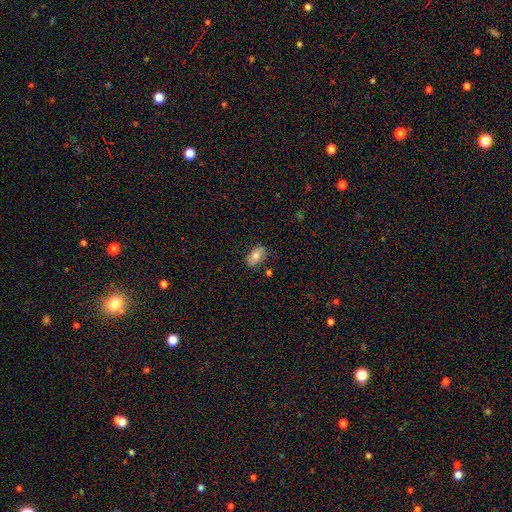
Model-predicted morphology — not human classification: Q: Smooth or featured?
A: smooth (75%); runner-up: featured or disk (17%)
Q: How rounded?
A: in between (91%); runner-up: round (6%)
Q: Merging?
A: none (78%); runner-up: minor disturbance (16%)